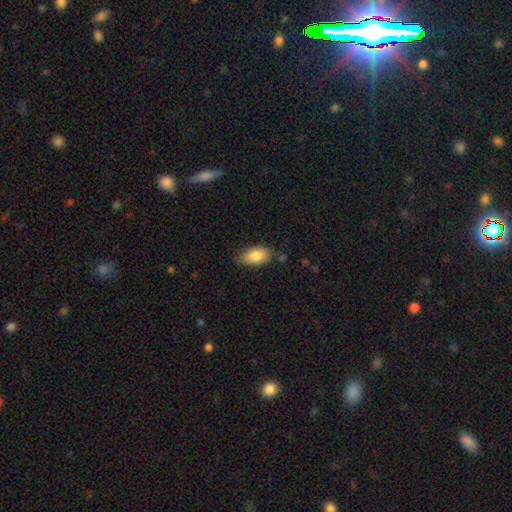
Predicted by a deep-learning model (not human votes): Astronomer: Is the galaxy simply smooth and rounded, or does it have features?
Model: smooth — 85%.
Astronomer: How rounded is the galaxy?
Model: in between — 92%.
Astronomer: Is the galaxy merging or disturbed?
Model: none — 80%.